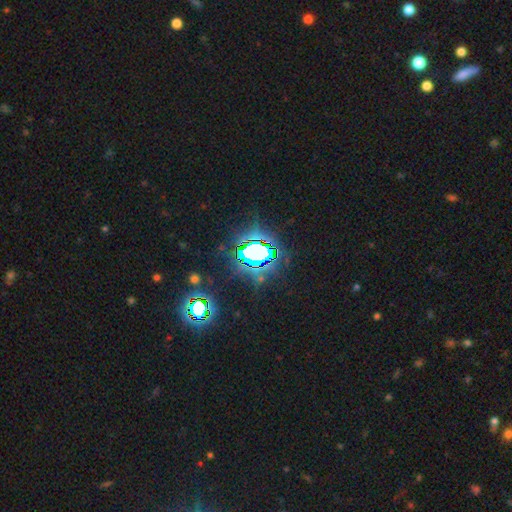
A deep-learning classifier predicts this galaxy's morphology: A star or artifact, not a galaxy (76%).